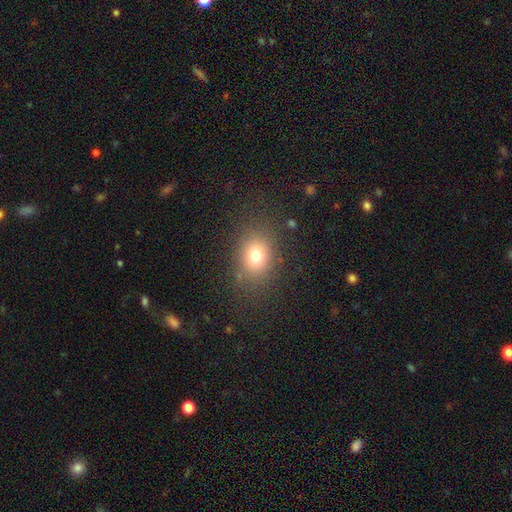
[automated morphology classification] A smooth galaxy with no disk features (75%) that is in between round and cigar-shaped (52%). Merging: none (82%).